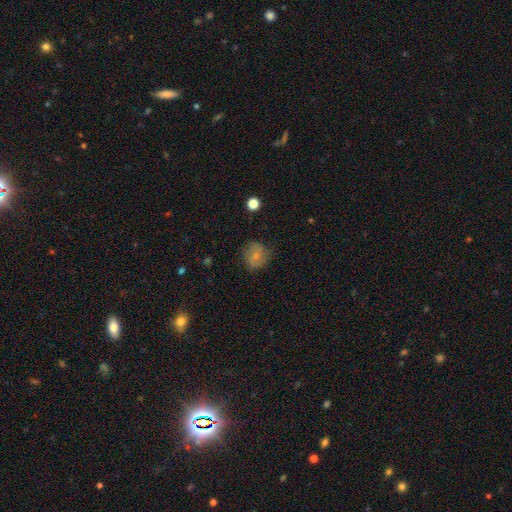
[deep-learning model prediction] Morphology: type=smooth (58%); roundness=round (77%); merging=none (74%).